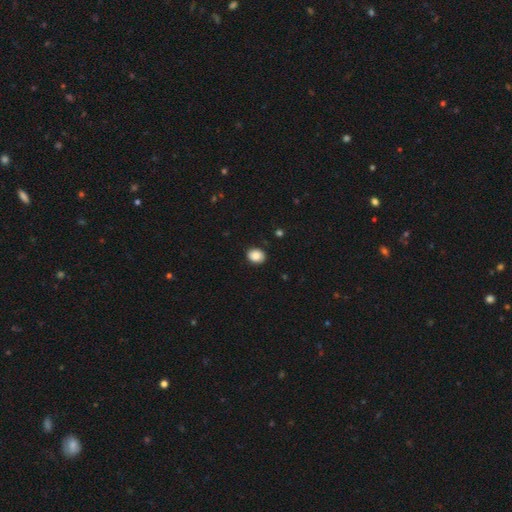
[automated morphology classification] smooth_or_featured: smooth (p=0.88) [alt: star or artifact p=0.08]
how_rounded: in between (p=0.53) [alt: round p=0.46]
merging: none (p=0.89) [alt: minor disturbance p=0.08]